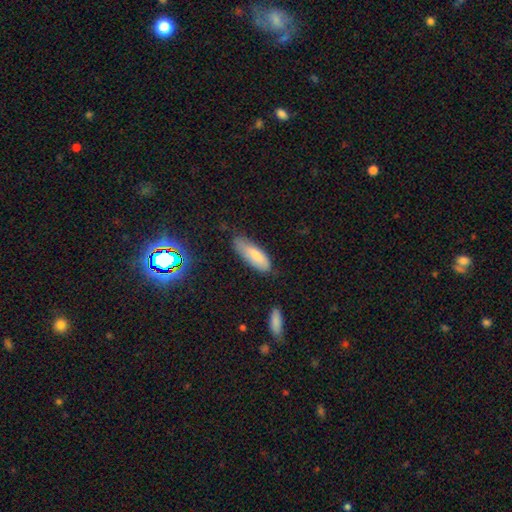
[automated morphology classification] smooth_or_featured: smooth (p=0.81) [alt: featured or disk p=0.12]
how_rounded: in between (p=0.63) [alt: cigar-shaped p=0.36]
merging: none (p=0.55) [alt: minor disturbance p=0.34]